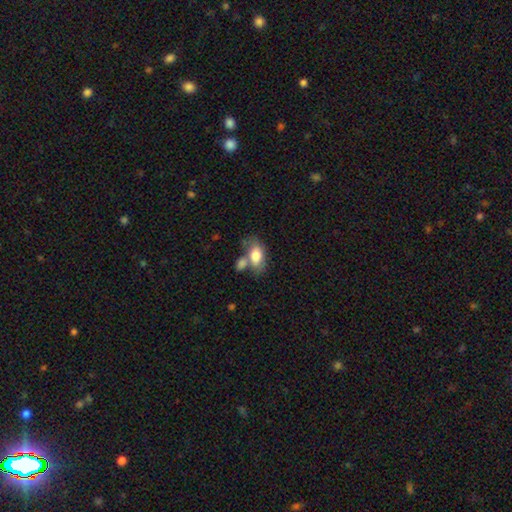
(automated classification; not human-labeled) smooth_or_featured: smooth (p=0.78) [alt: featured or disk p=0.15]
how_rounded: in between (p=0.89) [alt: round p=0.08]
merging: none (p=0.43) [alt: merger p=0.35]